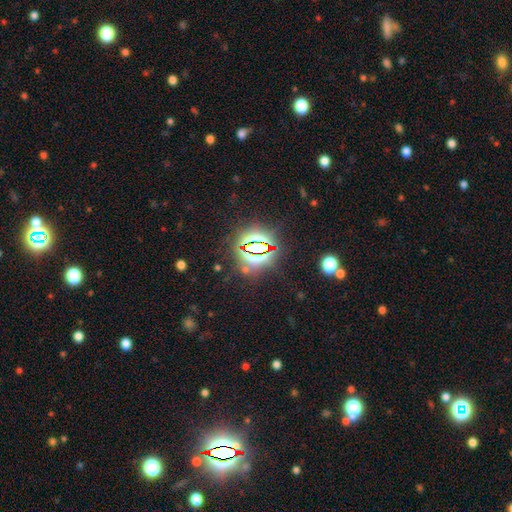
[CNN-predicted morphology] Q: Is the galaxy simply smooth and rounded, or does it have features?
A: star or artifact — 82%.